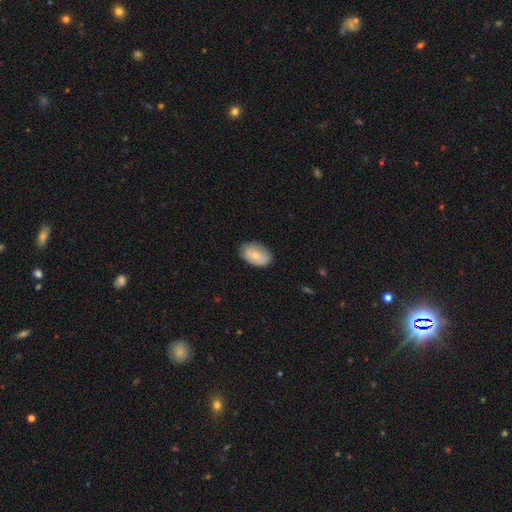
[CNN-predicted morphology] A smooth galaxy with no disk features (73%) that is in between round and cigar-shaped (90%).

Vote fractions:
- Smooth or featured? smooth: 73% / featured or disk: 21% / star or artifact: 6%
- How rounded? in between: 90% / round: 9% / cigar-shaped: 1%
- Merging? none: 77% / minor disturbance: 19% / major disturbance: 4% / merger: 1%